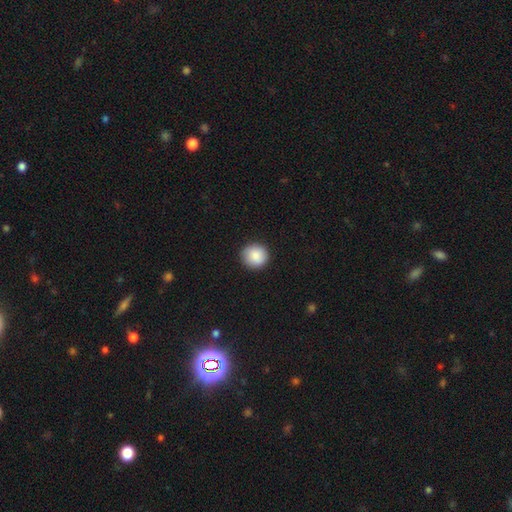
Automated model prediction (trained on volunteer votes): The model was most divided on "smooth or featured": smooth: 89%, star or artifact: 7%, featured or disk: 4%. More confident: how rounded — round (94%); merging — none (91%).